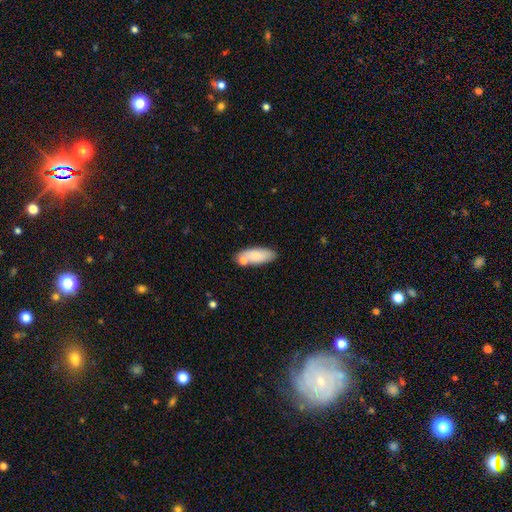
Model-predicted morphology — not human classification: This is clearly a smooth galaxy (83%). How rounded: likely in between (76%). Merging: likely none (68%).